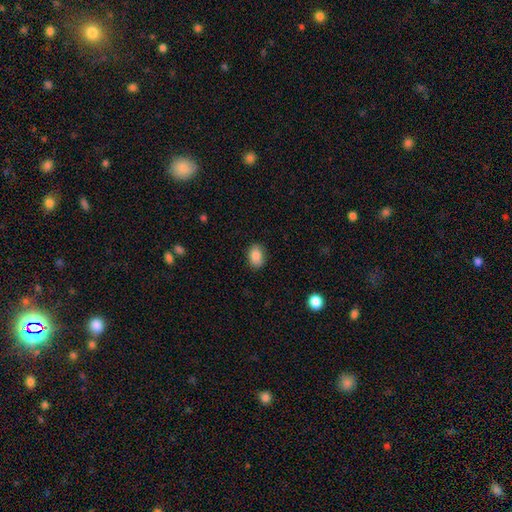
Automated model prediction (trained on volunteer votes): Smooth or featured: smooth — 87% (star or artifact — 8%)
How rounded: in between — 76% (round — 23%)
Merging: none — 86% (minor disturbance — 11%)